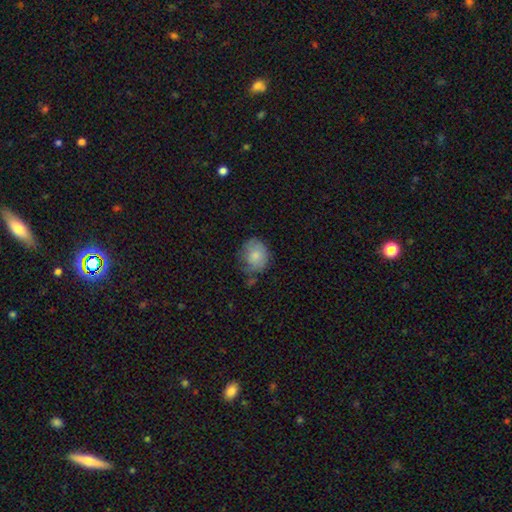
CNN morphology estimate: A smooth galaxy with no disk features (75%) that is round (67%).

Vote fractions:
- Smooth or featured? smooth: 75% / featured or disk: 17% / star or artifact: 7%
- How rounded? round: 67% / in between: 32% / cigar-shaped: 1%
- Merging? none: 51% / minor disturbance: 33% / major disturbance: 12% / merger: 4%